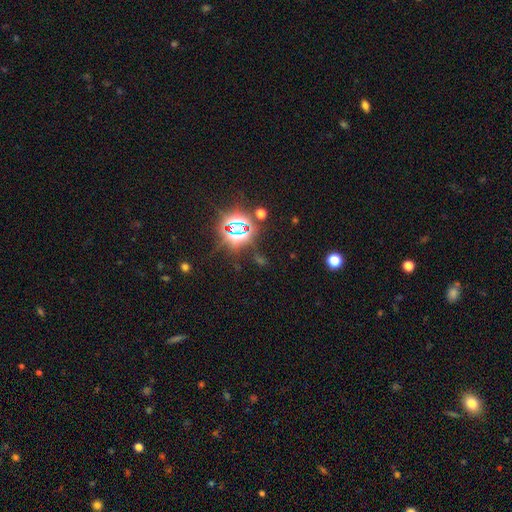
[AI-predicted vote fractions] star or artifact 82%, smooth 11%, featured or disk 7%.